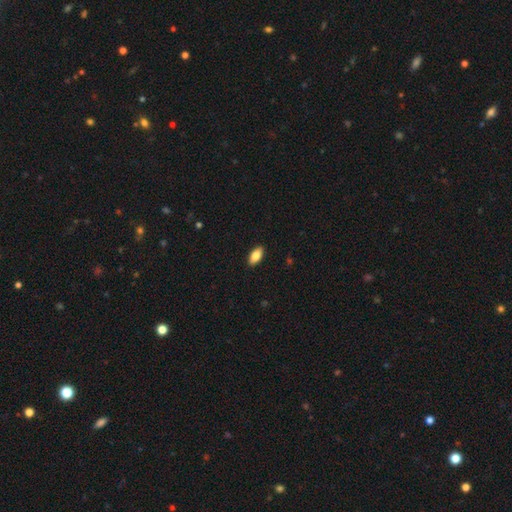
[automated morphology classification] A smooth galaxy with no disk features (82%) that is in between round and cigar-shaped (90%). Merging: none (90%).